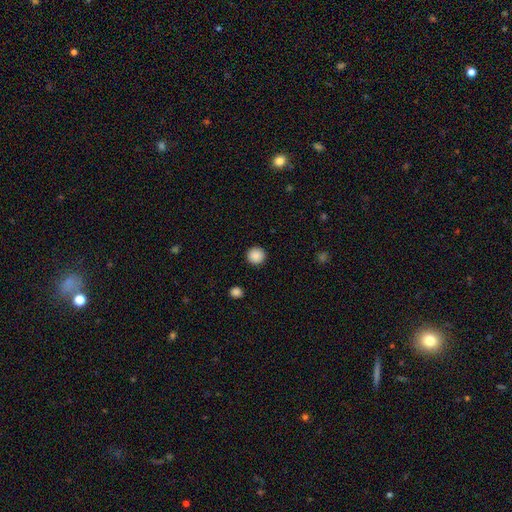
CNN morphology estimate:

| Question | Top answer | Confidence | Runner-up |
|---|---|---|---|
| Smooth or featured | smooth | 88% | star or artifact (9%) |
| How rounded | round | 95% | in between (4%) |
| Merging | none | 93% | minor disturbance (4%) |